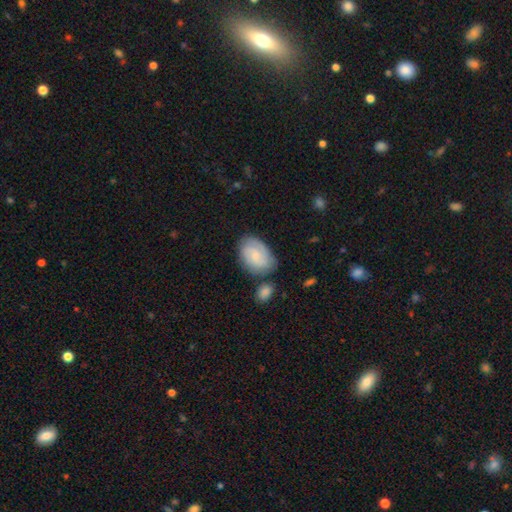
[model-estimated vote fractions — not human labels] smooth_or_featured: featured or disk (p=0.52) [alt: smooth p=0.41]
disk_edge_on: no (p=0.97) [alt: yes p=0.03]
bar: no (p=0.61) [alt: weak p=0.35]
has_spiral_arms: yes (p=0.88) [alt: no p=0.12]
bulge_size: small (p=0.62) [alt: moderate p=0.24]
merging: none (p=0.69) [alt: minor disturbance p=0.19]